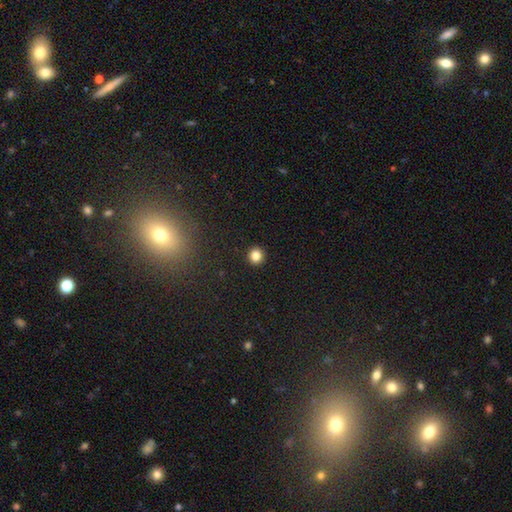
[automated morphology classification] A smooth galaxy with no disk features (83%) that is round (93%). Merging: none (94%).